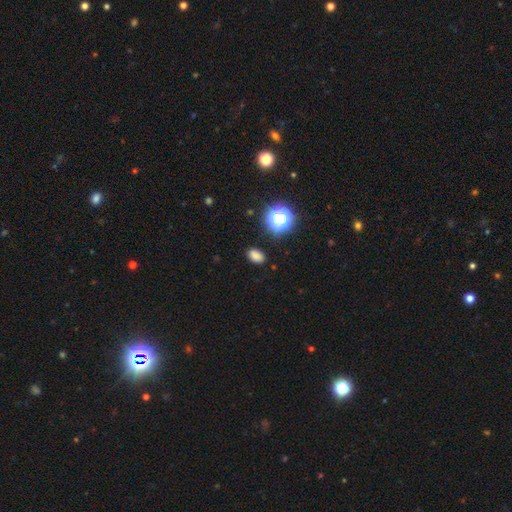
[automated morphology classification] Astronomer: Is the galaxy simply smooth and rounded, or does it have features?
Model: smooth — 78%.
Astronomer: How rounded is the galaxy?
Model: in between — 81%.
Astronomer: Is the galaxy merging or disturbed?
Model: none — 86%.